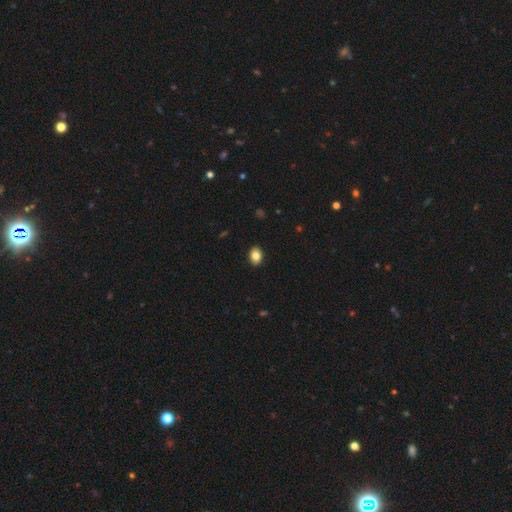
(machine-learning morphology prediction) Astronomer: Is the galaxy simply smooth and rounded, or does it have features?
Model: smooth — 84%.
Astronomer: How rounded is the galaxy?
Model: in between — 69%.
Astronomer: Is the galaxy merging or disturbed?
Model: none — 91%.